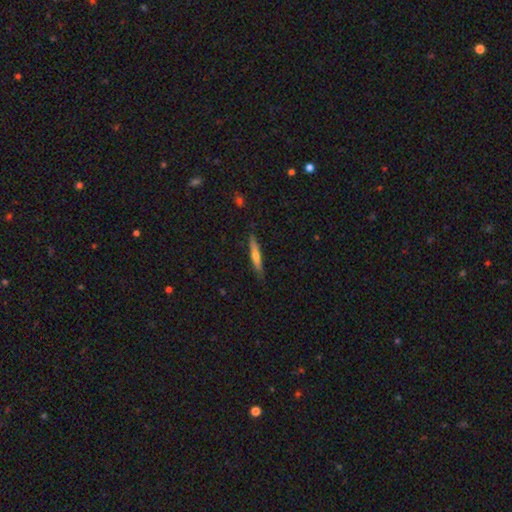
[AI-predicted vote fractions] Morphology: type=smooth (52%); roundness=cigar-shaped (91%); merging=none (85%).